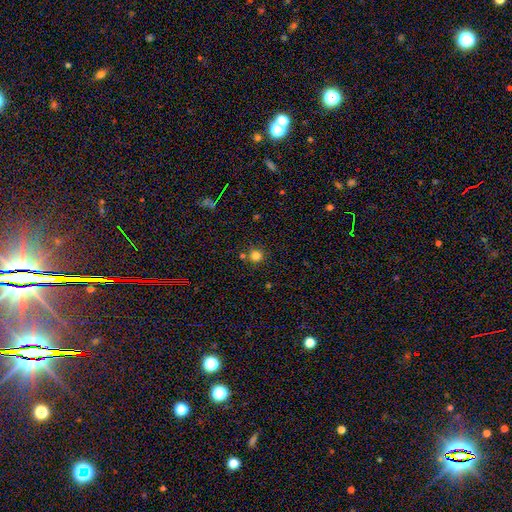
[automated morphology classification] This appears to be a smooth galaxy with no disk features (80%) that is round (93%). Merging: none (78%).